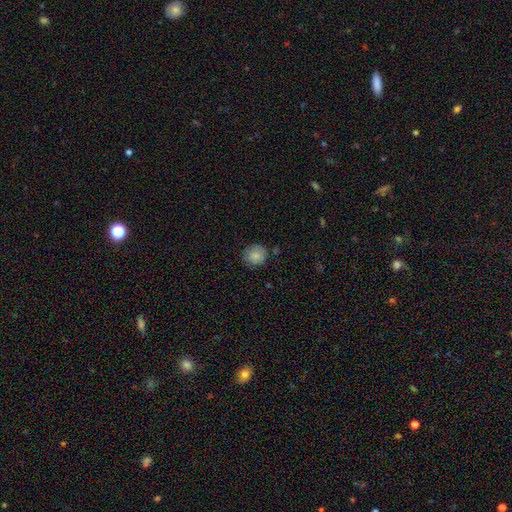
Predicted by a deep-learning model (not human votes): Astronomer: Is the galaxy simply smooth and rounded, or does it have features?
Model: smooth — 85%.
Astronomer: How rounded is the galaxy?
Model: round — 87%.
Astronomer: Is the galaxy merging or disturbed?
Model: none — 81%.